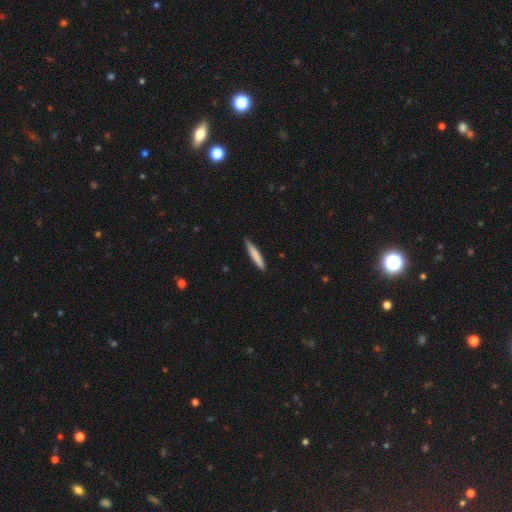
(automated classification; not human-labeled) A smooth galaxy with no disk features (79%) that is cigar-shaped (93%).

Vote fractions:
- Smooth or featured? smooth: 79% / featured or disk: 15% / star or artifact: 5%
- How rounded? cigar-shaped: 93% / in between: 6% / round: 1%
- Merging? none: 86% / minor disturbance: 11% / major disturbance: 2% / merger: 1%